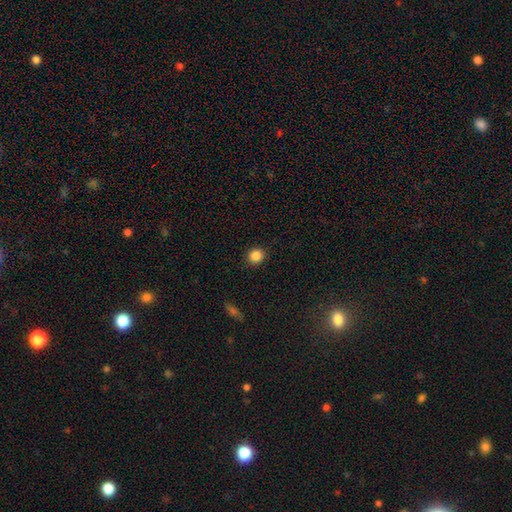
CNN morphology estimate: Smooth or featured: smooth — 85% (star or artifact — 11%)
How rounded: round — 89% (in between — 10%)
Merging: none — 91% (minor disturbance — 6%)